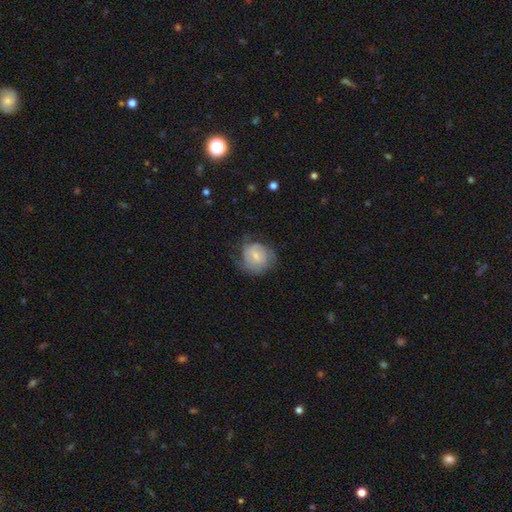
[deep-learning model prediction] A featured or disk galaxy (47%). Merging: none (54%).